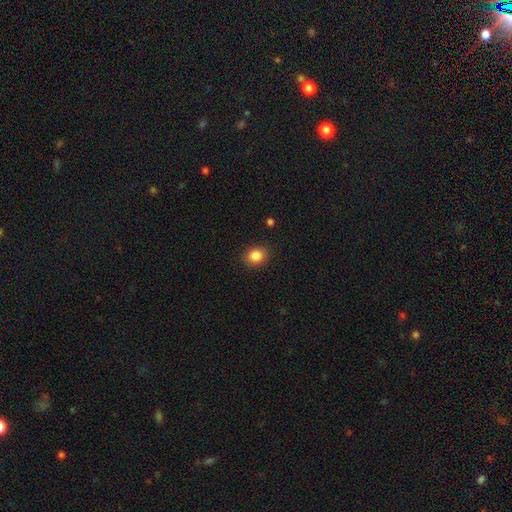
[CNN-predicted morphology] The model was most divided on "how rounded": round: 68%, in between: 31%, cigar-shaped: 1%. More confident: merging — none (88%); smooth or featured — smooth (86%).